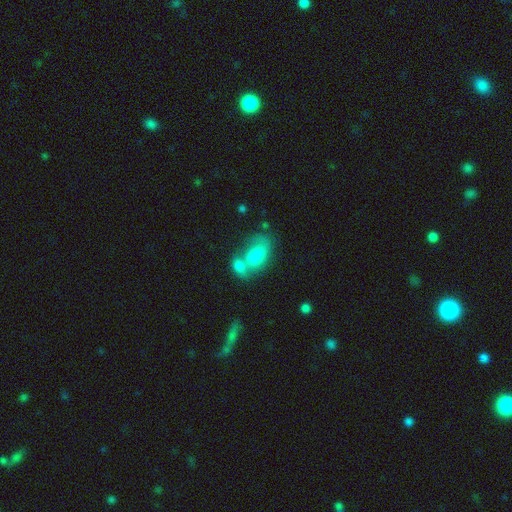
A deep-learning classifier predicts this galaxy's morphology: Smooth or featured? Predicted: smooth (p=0.71). How rounded? Predicted: in between (p=0.84). Merging? Predicted: merger (p=0.52).